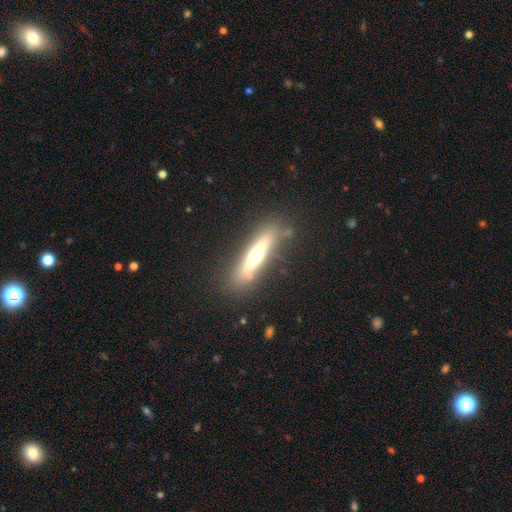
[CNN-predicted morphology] type=featured or disk (52%); edge-on=yes (88%); merging=none (82%).